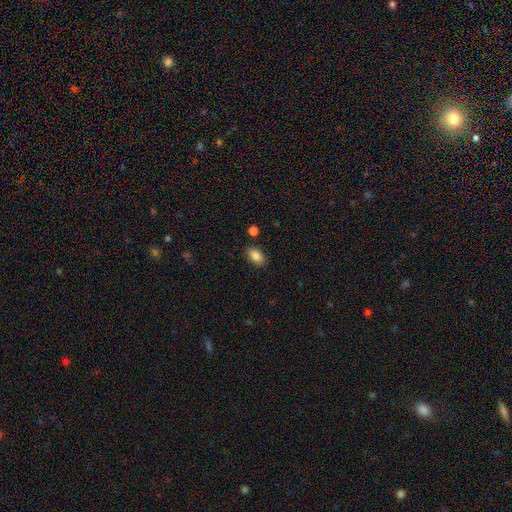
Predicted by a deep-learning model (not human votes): A smooth galaxy with no disk features (86%) that is in between round and cigar-shaped (90%).

Vote fractions:
- Smooth or featured? smooth: 86% / star or artifact: 8% / featured or disk: 6%
- How rounded? in between: 90% / round: 8% / cigar-shaped: 2%
- Merging? none: 85% / minor disturbance: 10% / merger: 3% / major disturbance: 2%